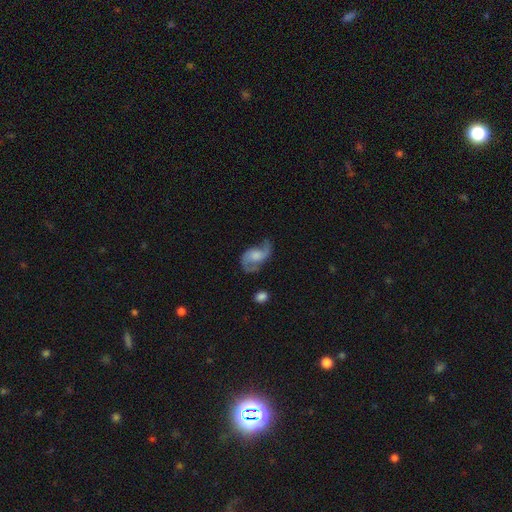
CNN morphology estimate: This is likely a featured or disk galaxy (80%). It is clearly not viewed edge-on (97%). Bar: likely no (60%). Spiral arm pattern: clearly yes (94%). Spiral arm count: clearly 2 (88%). Spiral winding: possibly loose (57%). Central bulge: marginally moderate (31%). Merging: possibly none (56%).